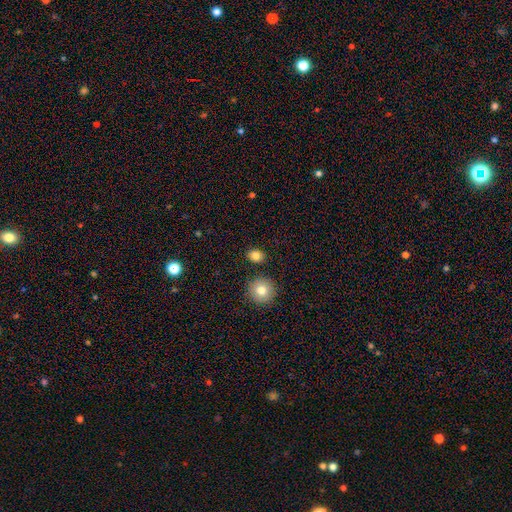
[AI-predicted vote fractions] Smooth or featured? smooth (82%)
How rounded? round (63%)
Merging? none (85%)